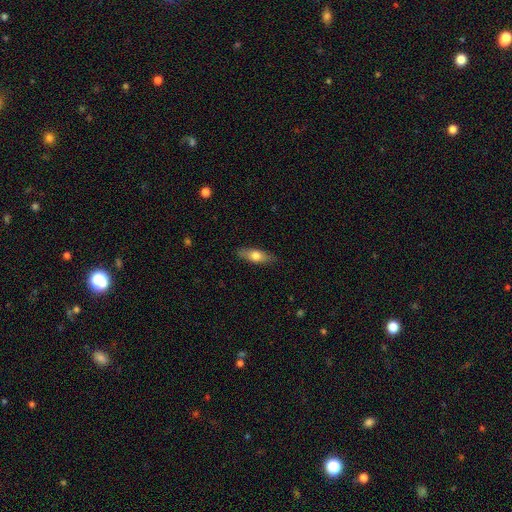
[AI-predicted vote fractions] Morphology: type=smooth (66%); roundness=in between (61%); merging=none (86%).